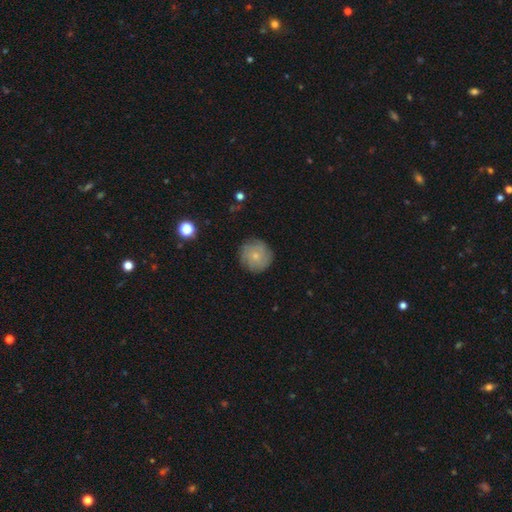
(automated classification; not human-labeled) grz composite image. It shows a smooth galaxy with no disk features (61%) that is round (94%). Merging: none (84%).